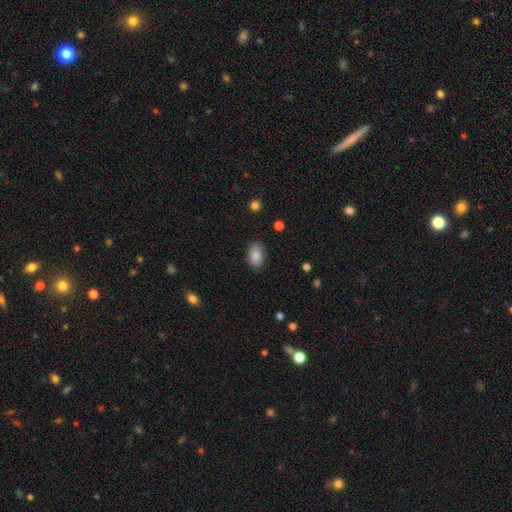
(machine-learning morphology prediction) smooth-or-featured: smooth: 85% | star or artifact: 8% | featured or disk: 7%
  how-rounded: in between: 88% | round: 11% | cigar-shaped: 1%
  merging: none: 79% | minor disturbance: 17% | major disturbance: 3% | merger: 1%